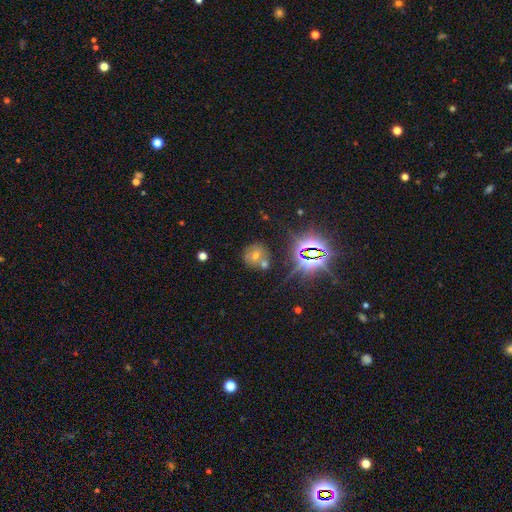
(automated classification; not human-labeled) Smooth or featured? star or artifact (56%)